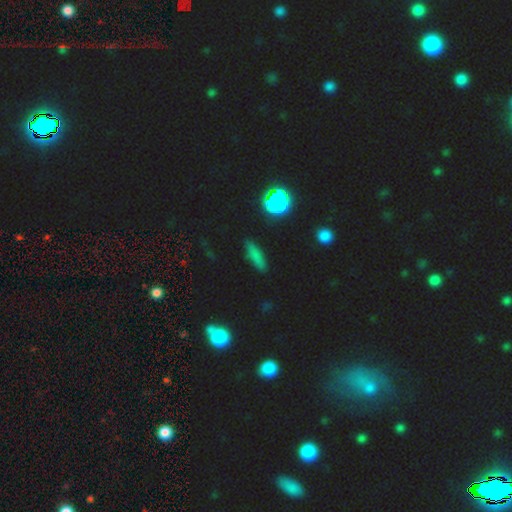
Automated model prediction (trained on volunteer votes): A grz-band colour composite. It shows a smooth galaxy with no disk features (64%) that is cigar-shaped (64%). Merging: none (82%).